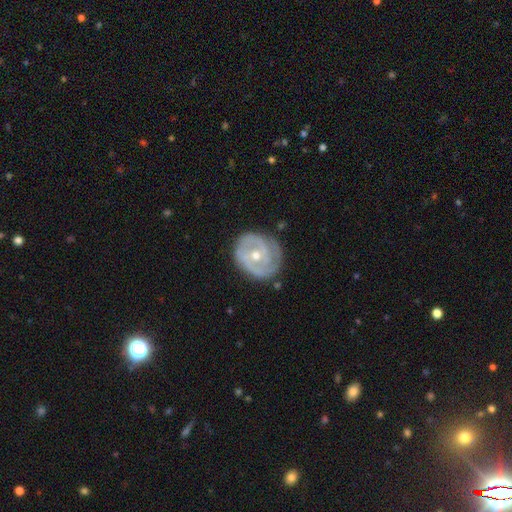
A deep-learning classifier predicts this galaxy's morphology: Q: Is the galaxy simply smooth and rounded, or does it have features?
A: featured or disk — 81%.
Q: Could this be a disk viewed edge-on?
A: no — 97%.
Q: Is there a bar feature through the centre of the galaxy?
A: no — 60%.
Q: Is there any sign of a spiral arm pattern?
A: yes — 87%.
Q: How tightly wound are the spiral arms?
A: tight — 60%.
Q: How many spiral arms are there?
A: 2 — 42%.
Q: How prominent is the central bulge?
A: moderate — 61%.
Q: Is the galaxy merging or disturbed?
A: none — 71%.